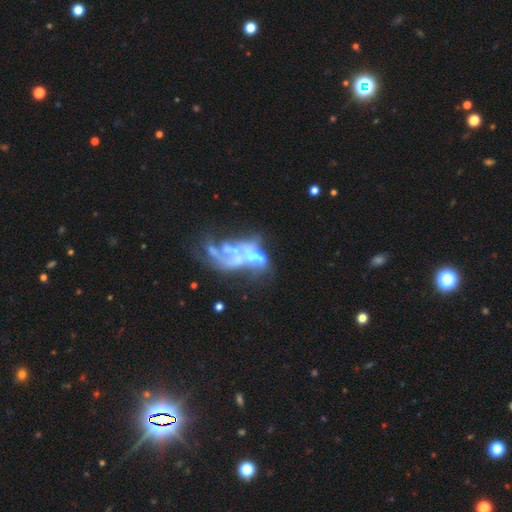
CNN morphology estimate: This is likely a featured or disk galaxy (70%). It is clearly not viewed edge-on (97%). Bar: clearly no (81%). Spiral arm pattern: likely no (78%). Central bulge: possibly none (46%). Merging: marginally merger (44%).